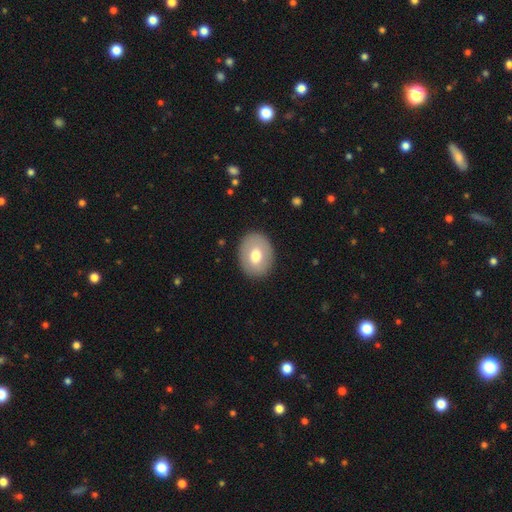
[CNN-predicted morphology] type=smooth (67%); roundness=in between (61%); merging=none (87%).